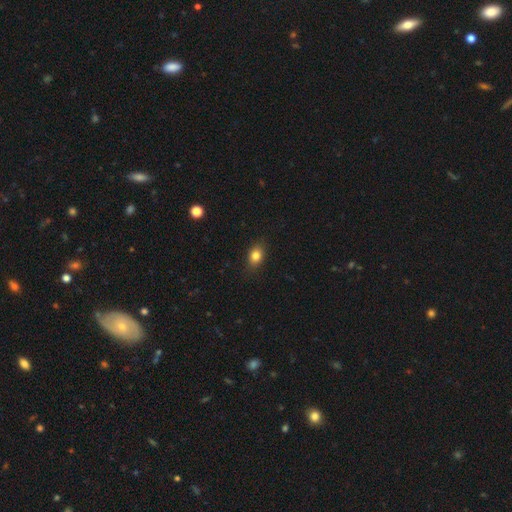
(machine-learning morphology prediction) Smooth or featured: smooth — 82% (star or artifact — 10%)
How rounded: in between — 66% (round — 32%)
Merging: none — 85% (minor disturbance — 11%)